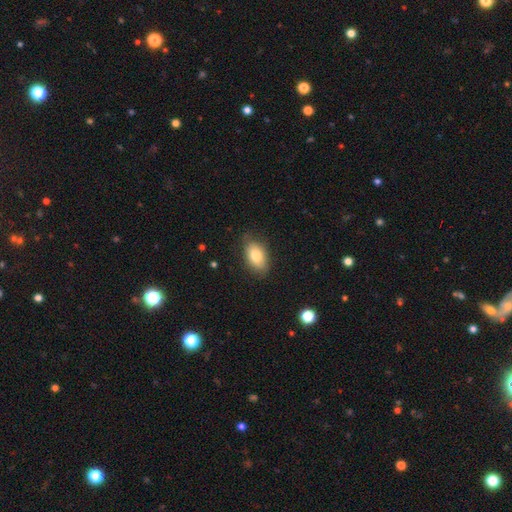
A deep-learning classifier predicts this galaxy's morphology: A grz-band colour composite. It shows a smooth galaxy with no disk features (79%) that is in between round and cigar-shaped (90%). Merging: none (76%).